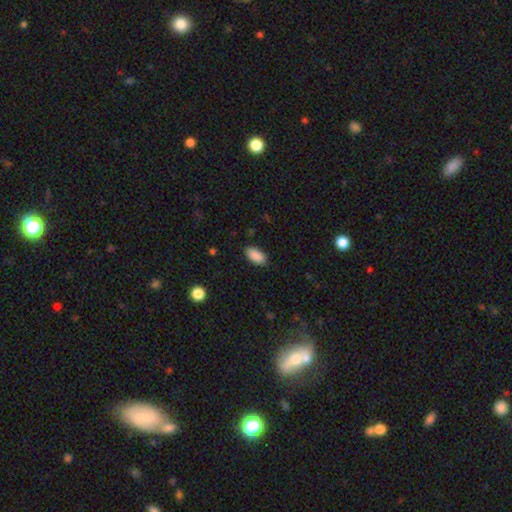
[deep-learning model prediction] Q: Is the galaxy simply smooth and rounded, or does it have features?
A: smooth — 89%.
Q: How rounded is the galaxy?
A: in between — 92%.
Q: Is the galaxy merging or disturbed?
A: none — 85%.